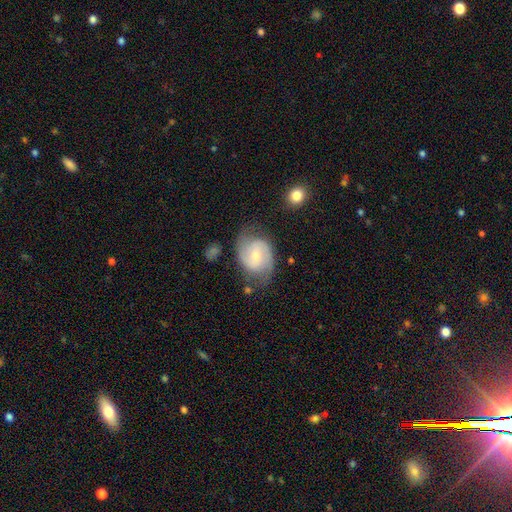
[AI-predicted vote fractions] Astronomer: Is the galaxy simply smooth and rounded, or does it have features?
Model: featured or disk — 77%.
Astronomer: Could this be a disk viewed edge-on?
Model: no — 98%.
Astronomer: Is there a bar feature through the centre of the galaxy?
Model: weak — 54% (runner-up: no, 33%).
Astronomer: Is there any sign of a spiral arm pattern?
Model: yes — 94%.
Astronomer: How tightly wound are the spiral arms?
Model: medium — 52% (runner-up: tight, 28%).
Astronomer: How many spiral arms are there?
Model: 2 — 89%.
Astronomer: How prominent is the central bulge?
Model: small — 52% (runner-up: moderate, 41%).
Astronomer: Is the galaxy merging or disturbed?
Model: none — 67%.